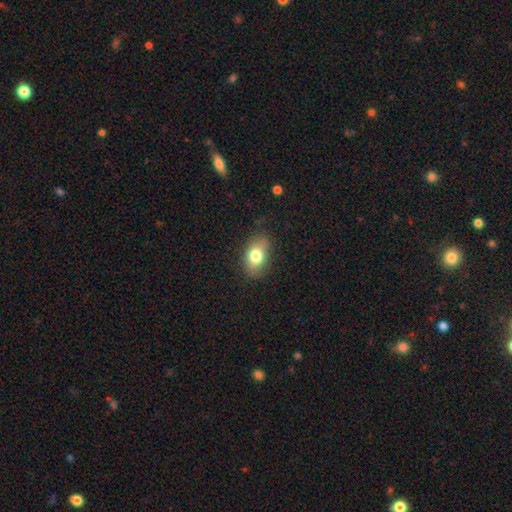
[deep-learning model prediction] Smooth or featured? smooth (77%)
How rounded? in between (84%)
Merging? none (78%)